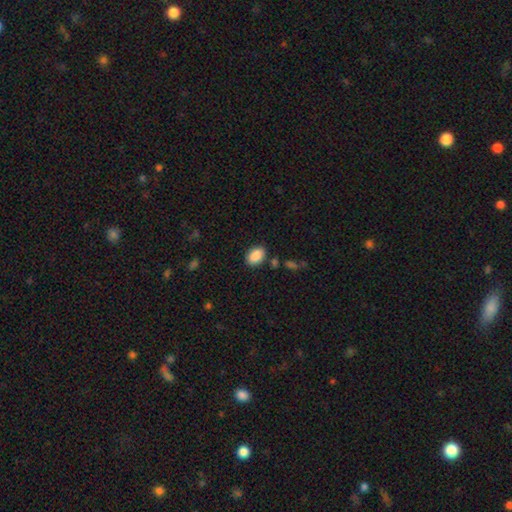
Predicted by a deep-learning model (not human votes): smooth 89%, star or artifact 7%, featured or disk 4%. Down the decision tree: how rounded — in between (83%); merging — none (84%).